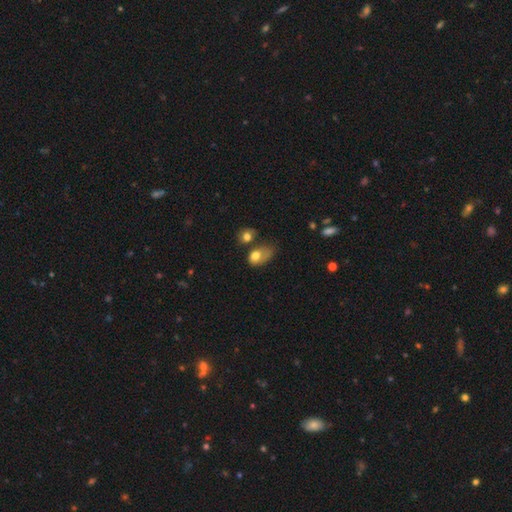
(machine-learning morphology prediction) Smooth or featured: smooth — 74% (featured or disk — 17%)
How rounded: in between — 74% (round — 24%)
Merging: major disturbance — 28% (minor disturbance — 27%)